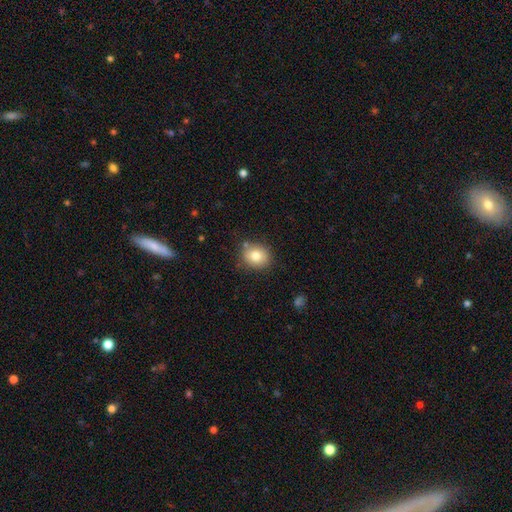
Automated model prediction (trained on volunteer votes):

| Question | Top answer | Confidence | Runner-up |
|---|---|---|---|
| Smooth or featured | smooth | 81% | featured or disk (10%) |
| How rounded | round | 66% | in between (33%) |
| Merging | none | 80% | minor disturbance (13%) |